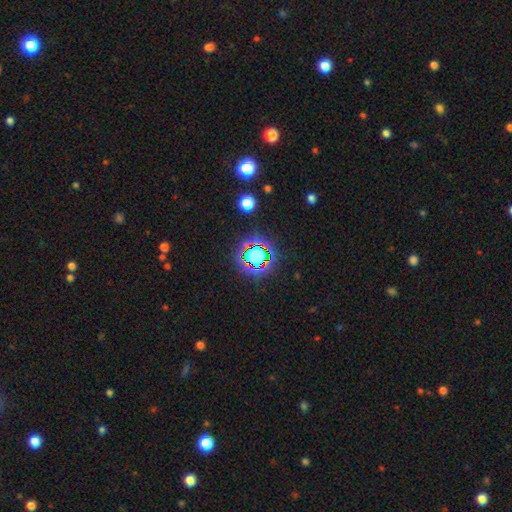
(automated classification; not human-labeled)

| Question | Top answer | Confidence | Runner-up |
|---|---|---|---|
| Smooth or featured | star or artifact | 62% | smooth (25%) |